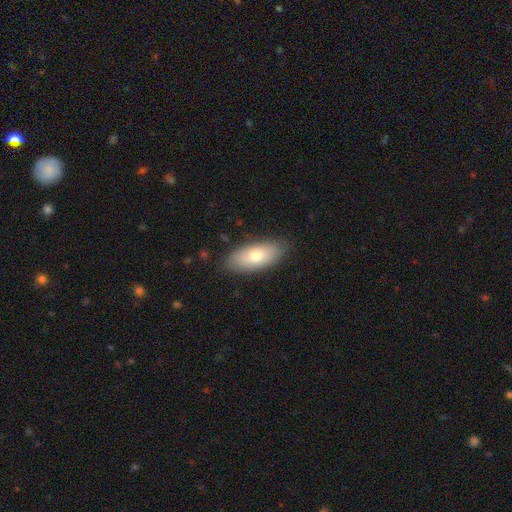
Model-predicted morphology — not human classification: A smooth galaxy with no disk features (71%) that is in between round and cigar-shaped (87%). Merging: none (85%).